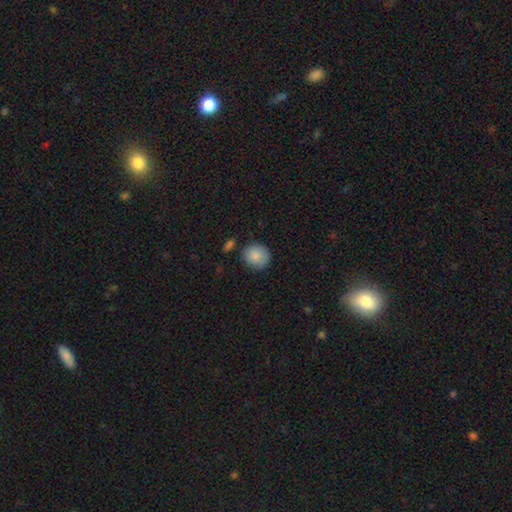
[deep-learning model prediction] A smooth galaxy with no disk features (87%) that is round (83%). Merging: none (77%).